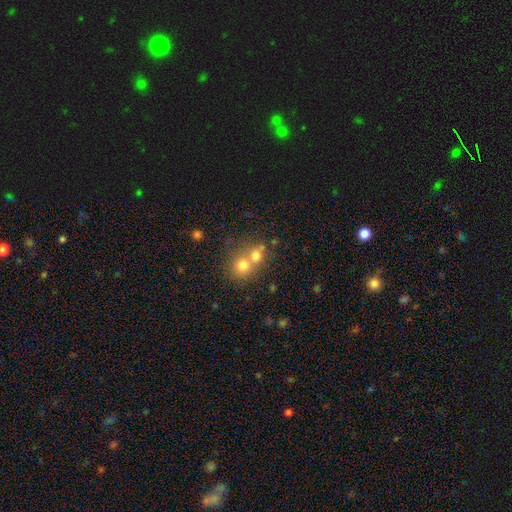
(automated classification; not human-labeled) A smooth galaxy with no disk features (72%) that is round (78%). Merging: merger (60%).